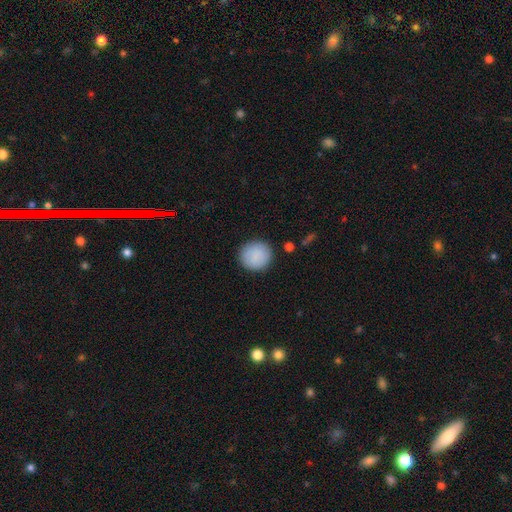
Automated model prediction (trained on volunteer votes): Morphology: type=smooth (88%); roundness=round (91%); merging=none (89%).